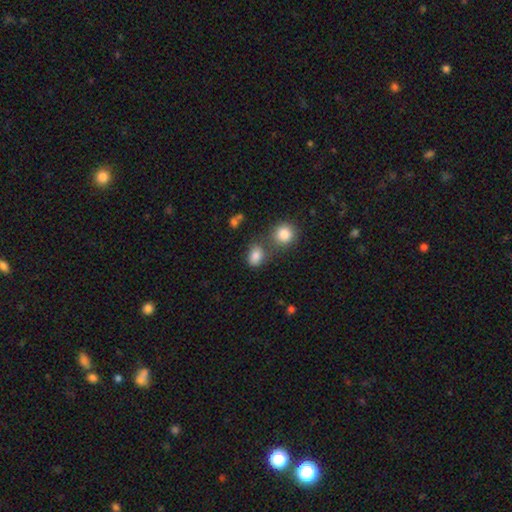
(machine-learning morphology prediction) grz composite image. It shows a smooth galaxy with no disk features (83%) that is in between round and cigar-shaped (73%). Merging: none (53%).